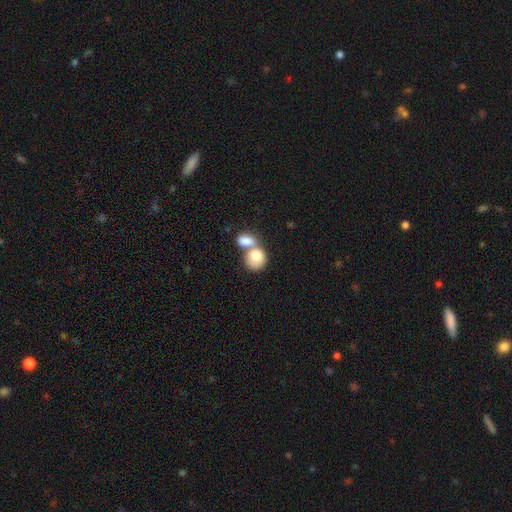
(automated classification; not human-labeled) This is likely a smooth galaxy (79%). How rounded: possibly round (52%). Merging: likely merger (67%).